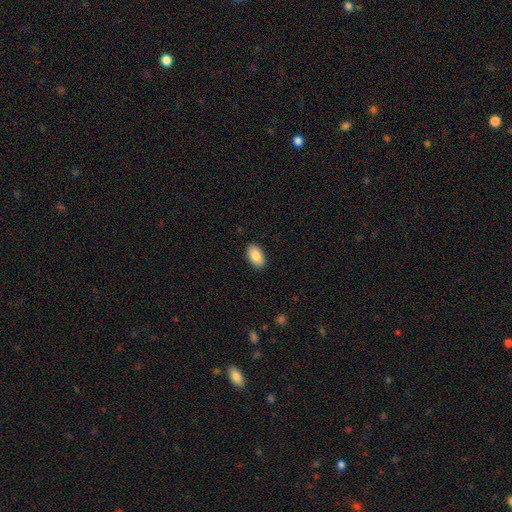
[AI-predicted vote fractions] Overall: smooth (87%). How rounded: in between (95%). Merging: none (90%).